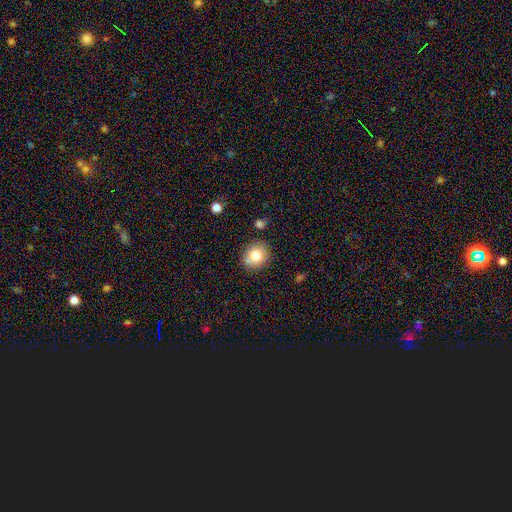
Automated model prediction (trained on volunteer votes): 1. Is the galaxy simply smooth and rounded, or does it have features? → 77% smooth, 12% featured or disk, 11% star or artifact.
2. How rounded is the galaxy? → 77% round, 22% in between, 1% cigar-shaped.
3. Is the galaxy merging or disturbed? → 78% none, 12% minor disturbance, 7% merger, 3% major disturbance.